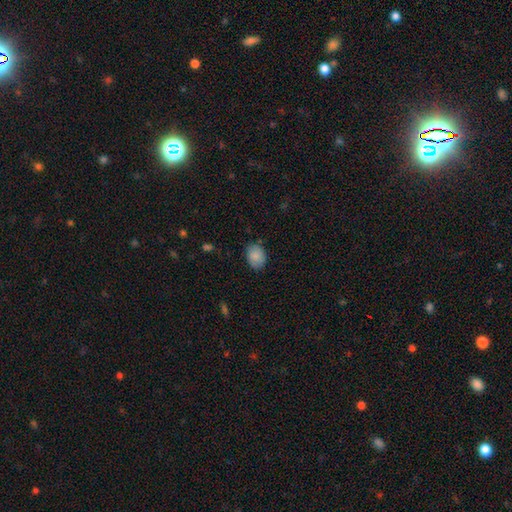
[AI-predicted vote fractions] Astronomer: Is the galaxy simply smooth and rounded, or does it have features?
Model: smooth — 87%.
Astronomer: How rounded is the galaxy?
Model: in between — 70%.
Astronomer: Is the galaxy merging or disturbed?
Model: none — 79%.